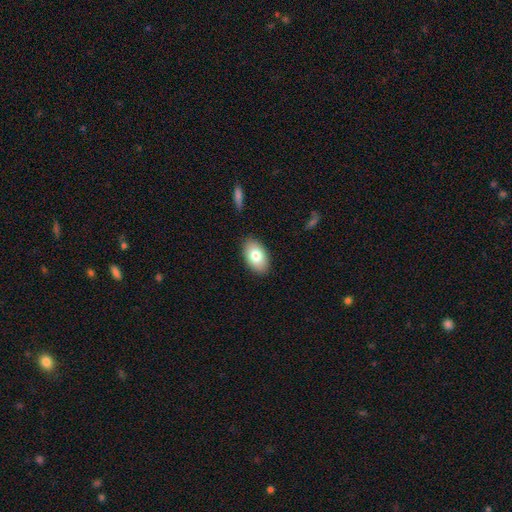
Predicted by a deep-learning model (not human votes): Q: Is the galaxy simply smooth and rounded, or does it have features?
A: smooth — 78%.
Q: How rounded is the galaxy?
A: in between — 92%.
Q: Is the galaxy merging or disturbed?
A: none — 87%.